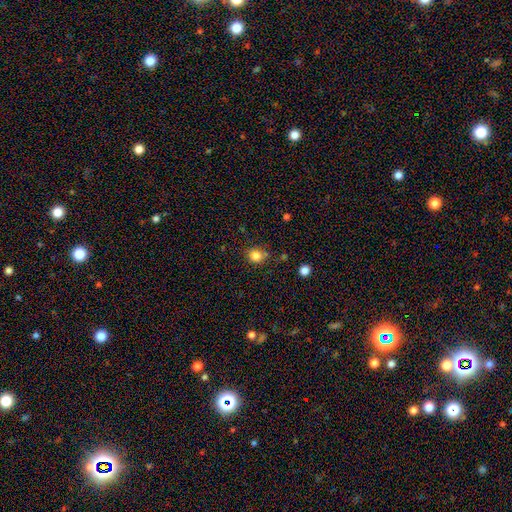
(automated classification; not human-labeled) Smooth or featured? smooth (82%)
How rounded? round (82%)
Merging? none (75%)